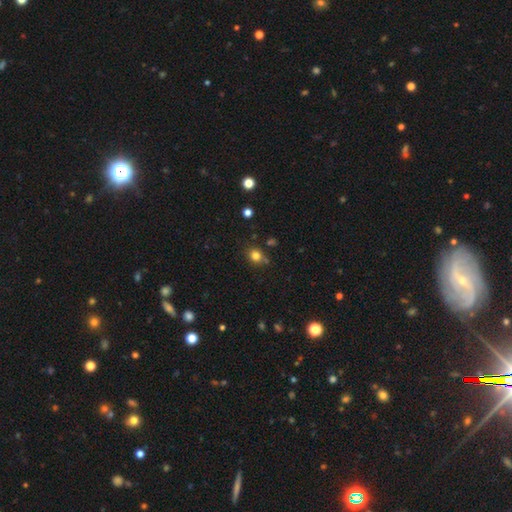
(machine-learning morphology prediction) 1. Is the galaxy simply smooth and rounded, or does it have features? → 80% smooth, 14% star or artifact, 6% featured or disk.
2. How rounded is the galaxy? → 76% round, 23% in between, 1% cigar-shaped.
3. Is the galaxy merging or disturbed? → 73% none, 15% minor disturbance, 8% merger, 4% major disturbance.